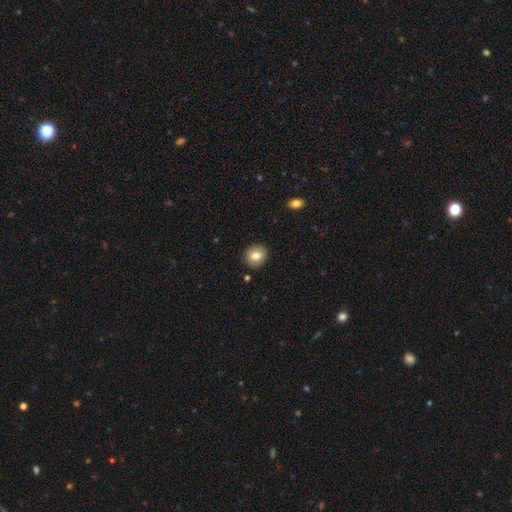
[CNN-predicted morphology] smooth_or_featured: smooth (p=0.80) [alt: featured or disk p=0.11]
how_rounded: round (p=0.82) [alt: in between p=0.17]
merging: none (p=0.89) [alt: minor disturbance p=0.08]